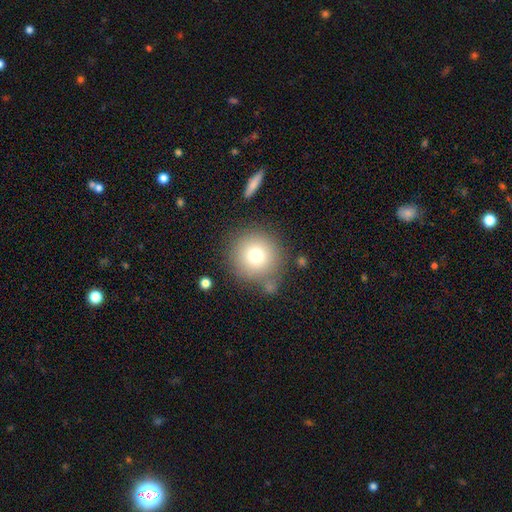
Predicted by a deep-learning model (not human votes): A smooth galaxy with no disk features (74%) that is round (95%).

Vote fractions:
- Smooth or featured? smooth: 74% / featured or disk: 13% / star or artifact: 13%
- How rounded? round: 95% / in between: 4% / cigar-shaped: 1%
- Merging? none: 77% / minor disturbance: 11% / merger: 7% / major disturbance: 5%